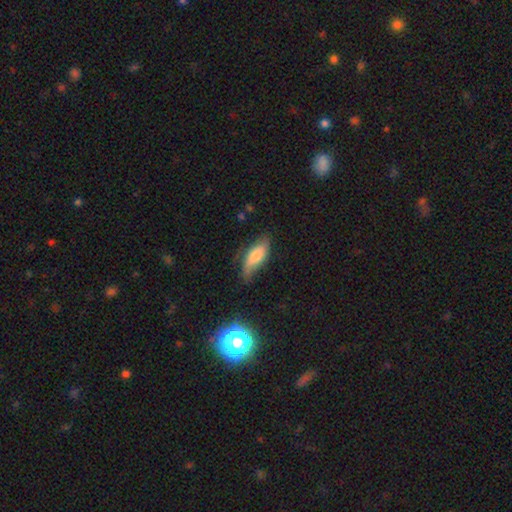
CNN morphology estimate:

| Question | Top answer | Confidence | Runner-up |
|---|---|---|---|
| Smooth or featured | smooth | 68% | featured or disk (25%) |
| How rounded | in between | 74% | cigar-shaped (24%) |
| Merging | none | 56% | minor disturbance (32%) |